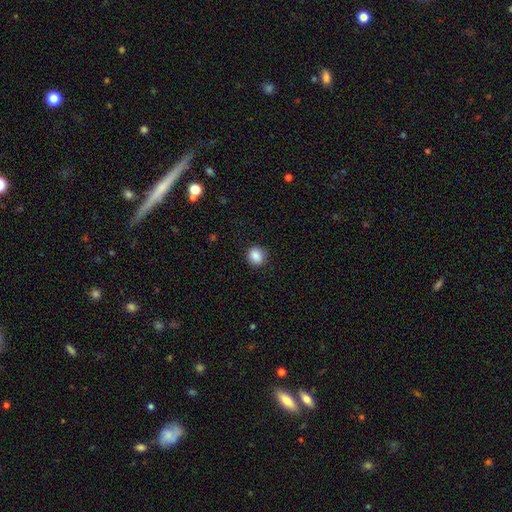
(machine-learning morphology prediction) Smooth or featured? smooth (87%)
How rounded? round (77%)
Merging? none (87%)